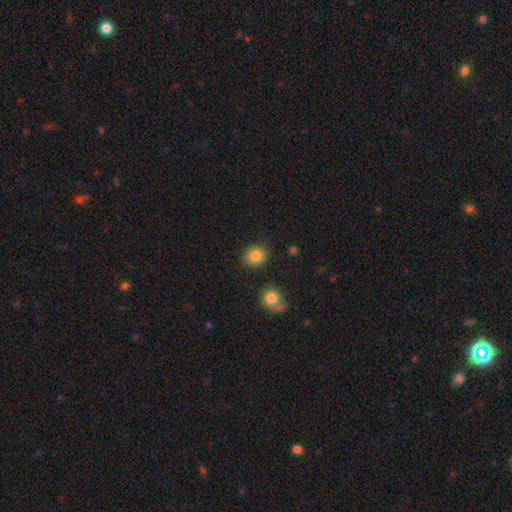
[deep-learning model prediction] This is clearly a smooth galaxy (85%). How rounded: likely round (74%). Merging: clearly none (84%).